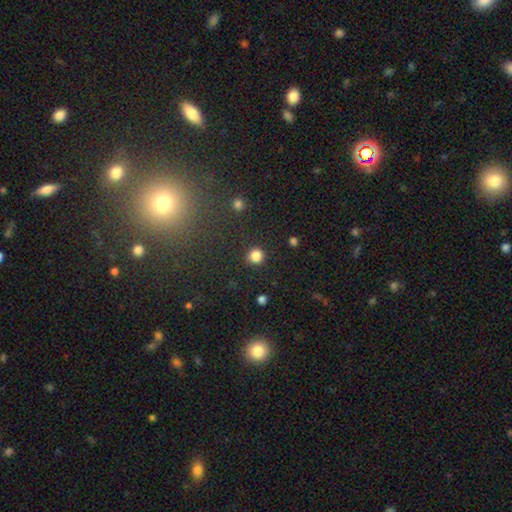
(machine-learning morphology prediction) Q: Smooth or featured?
A: smooth (84%); runner-up: star or artifact (12%)
Q: How rounded?
A: round (92%); runner-up: in between (7%)
Q: Merging?
A: none (90%); runner-up: minor disturbance (6%)